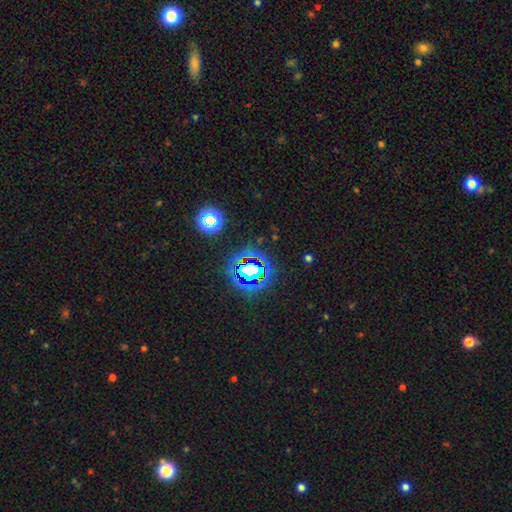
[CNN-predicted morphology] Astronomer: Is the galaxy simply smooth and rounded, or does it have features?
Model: star or artifact — 78%.